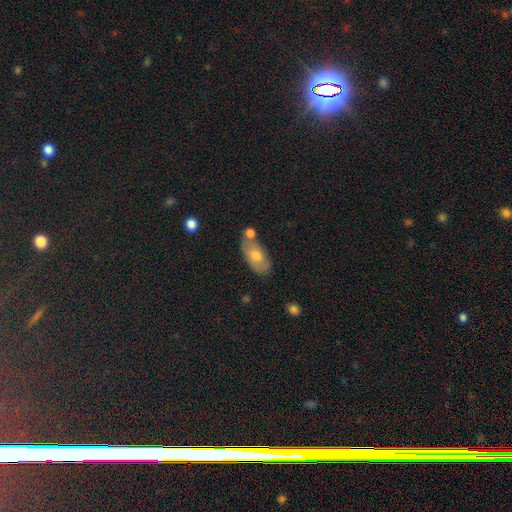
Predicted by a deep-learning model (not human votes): Smooth or featured? smooth (65%)
How rounded? in between (89%)
Merging? none (63%)